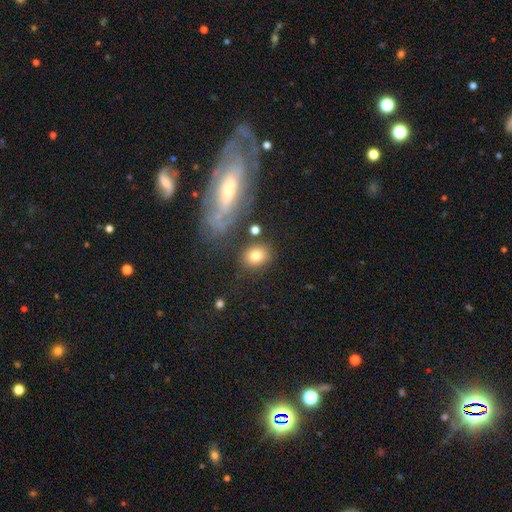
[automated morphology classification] smooth 77%, featured or disk 12%, star or artifact 11%. Down the decision tree: how rounded — round (62%); merging — none (76%).